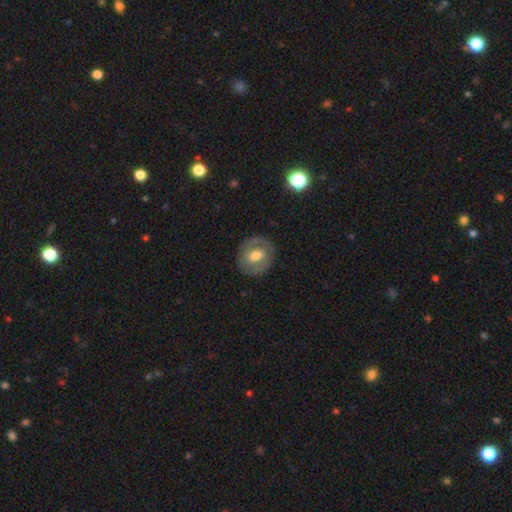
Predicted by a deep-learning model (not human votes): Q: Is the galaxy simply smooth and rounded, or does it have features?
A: featured or disk — 57%.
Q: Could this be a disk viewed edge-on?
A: no — 96%.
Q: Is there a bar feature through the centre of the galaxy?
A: no — 45%.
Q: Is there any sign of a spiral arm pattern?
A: yes — 52%.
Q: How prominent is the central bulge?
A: moderate — 70%.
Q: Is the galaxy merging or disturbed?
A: none — 83%.